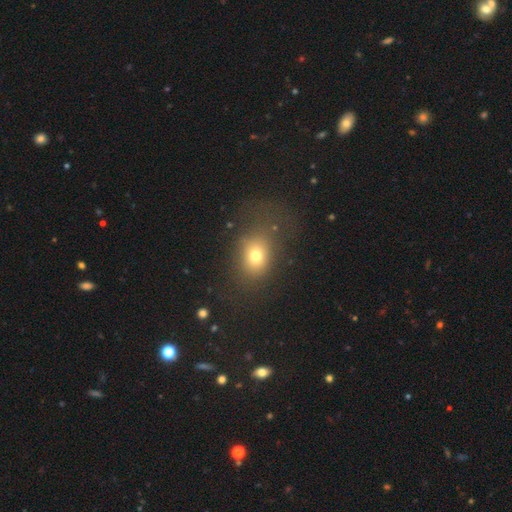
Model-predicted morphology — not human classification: Smooth or featured: smooth — 73% (star or artifact — 15%)
How rounded: in between — 53% (round — 45%)
Merging: none — 62% (major disturbance — 19%)